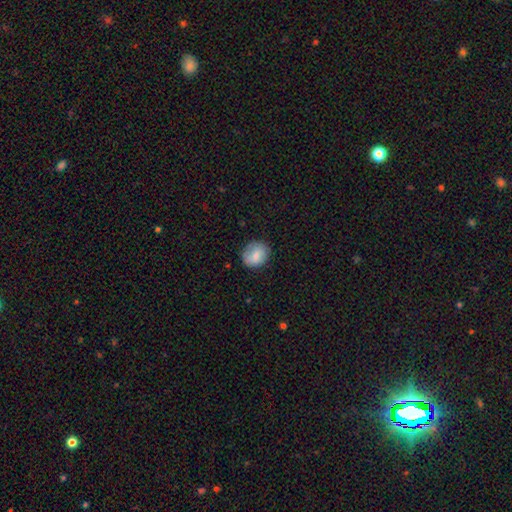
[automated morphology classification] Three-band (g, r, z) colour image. It shows a smooth galaxy with no disk features (78%) that is round (68%). Merging: none (76%).